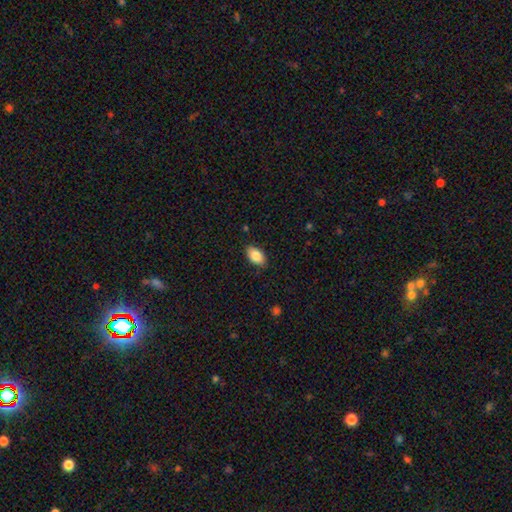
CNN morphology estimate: smooth-or-featured: smooth: 84% | featured or disk: 8% | star or artifact: 7%
  how-rounded: in between: 92% | round: 6% | cigar-shaped: 2%
  merging: none: 85% | minor disturbance: 12% | major disturbance: 2% | merger: 1%